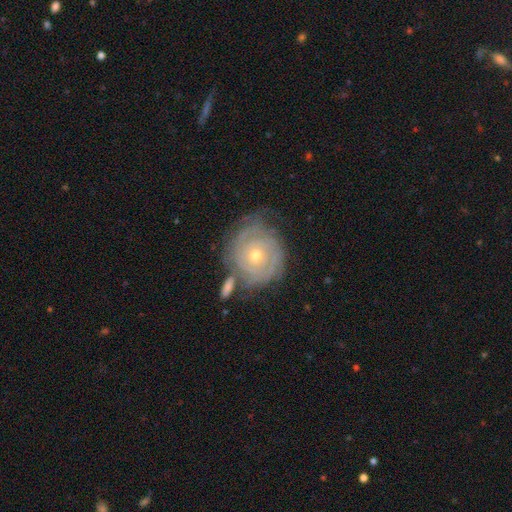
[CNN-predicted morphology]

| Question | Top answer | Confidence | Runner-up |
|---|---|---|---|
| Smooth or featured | featured or disk | 80% | smooth (14%) |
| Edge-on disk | no | 97% | yes (3%) |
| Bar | no | 83% | weak (13%) |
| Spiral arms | yes | 90% | no (10%) |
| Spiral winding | tight | 84% | medium (13%) |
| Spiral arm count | can't tell | 43% | 2 (23%) |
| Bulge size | small | 54% | moderate (43%) |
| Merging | none | 63% | minor disturbance (20%) |